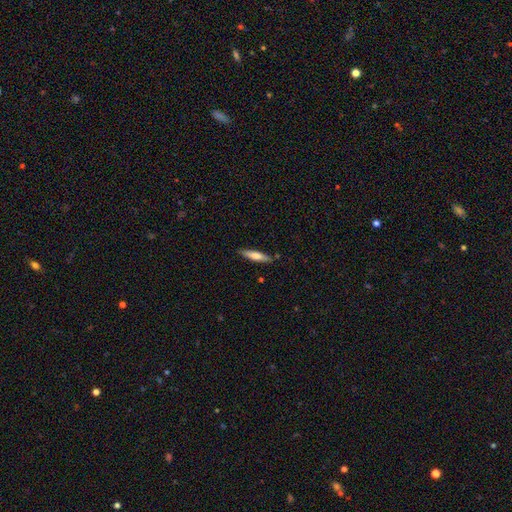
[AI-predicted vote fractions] Smooth or featured: smooth — 64% (featured or disk — 30%)
How rounded: cigar-shaped — 83% (in between — 16%)
Merging: none — 85% (minor disturbance — 11%)